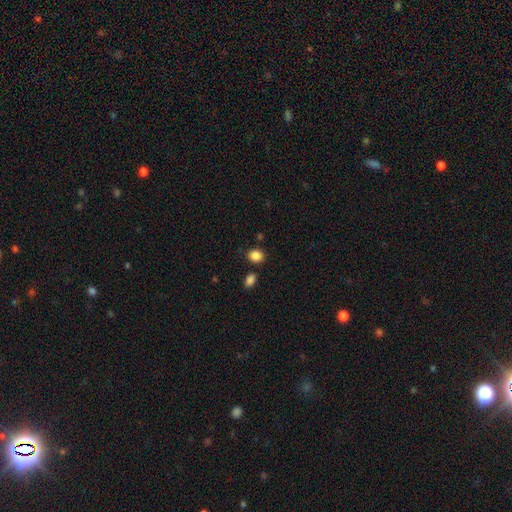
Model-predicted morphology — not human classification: Smooth or featured: smooth — 87% (star or artifact — 10%)
How rounded: round — 56% (in between — 43%)
Merging: none — 81% (minor disturbance — 9%)